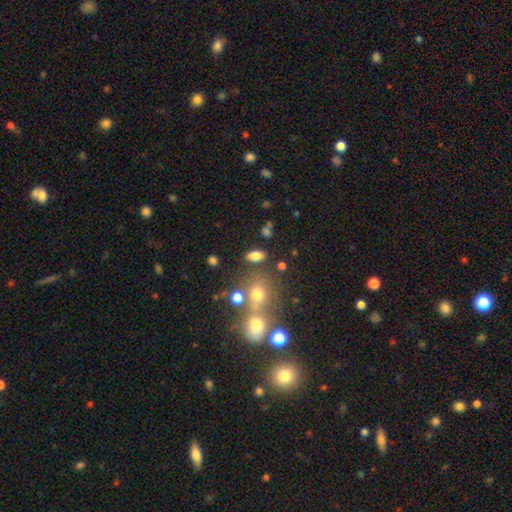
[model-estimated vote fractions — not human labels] Overall: smooth (78%). How rounded: in between (86%). Merging: none (73%).